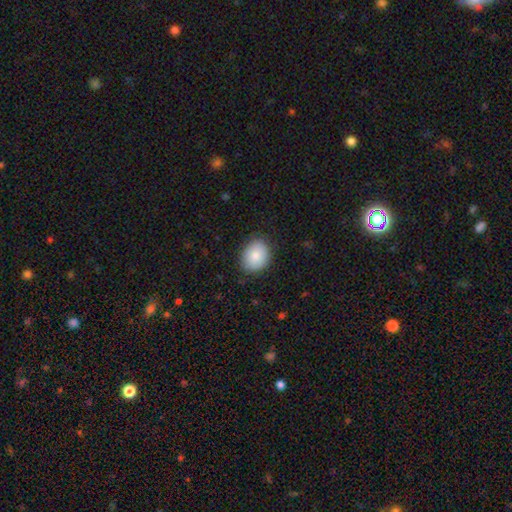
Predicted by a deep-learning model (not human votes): A smooth galaxy with no disk features (84%) that is in between round and cigar-shaped (55%). Merging: none (84%).